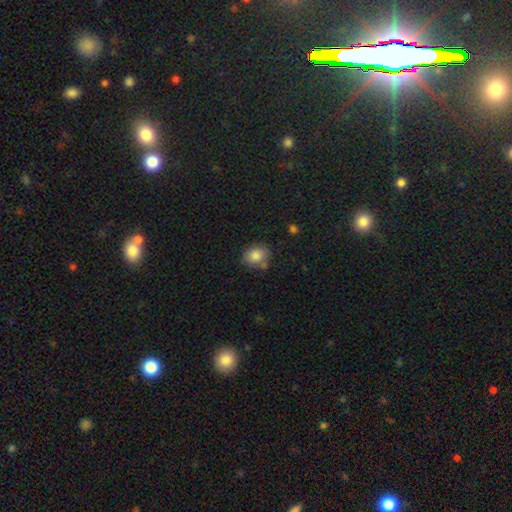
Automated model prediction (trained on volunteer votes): Smooth or featured? Predicted: smooth (p=0.83). How rounded? Predicted: round (p=0.54). Merging? Predicted: none (p=0.70).